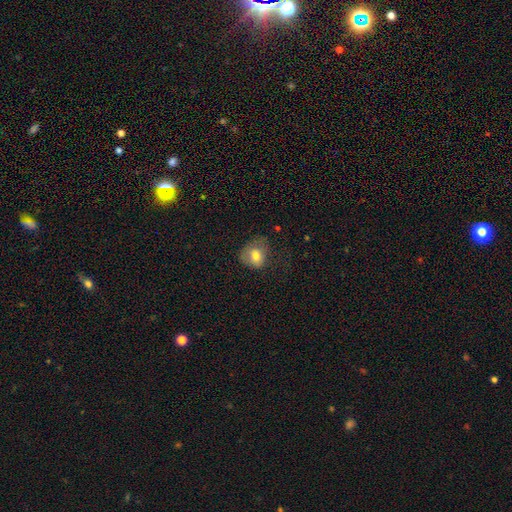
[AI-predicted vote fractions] A smooth galaxy with no disk features (76%) that is round (58%).

Vote fractions:
- Smooth or featured? smooth: 76% / featured or disk: 15% / star or artifact: 9%
- How rounded? round: 58% / in between: 41% / cigar-shaped: 1%
- Merging? none: 42% / minor disturbance: 33% / major disturbance: 23% / merger: 2%